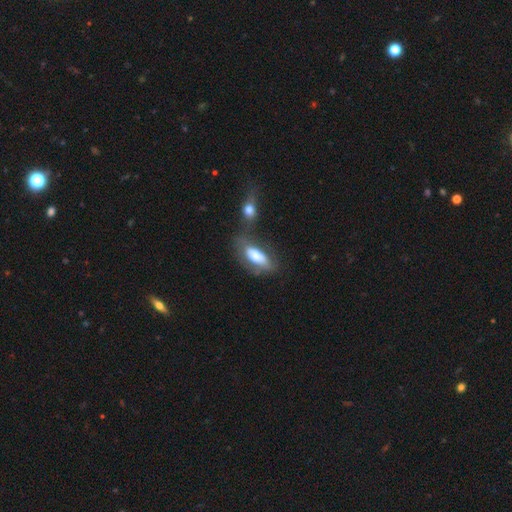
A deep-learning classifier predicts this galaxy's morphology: Overall: smooth (71%). How rounded: in between (81%). Merging: none (37%; merger 31%).